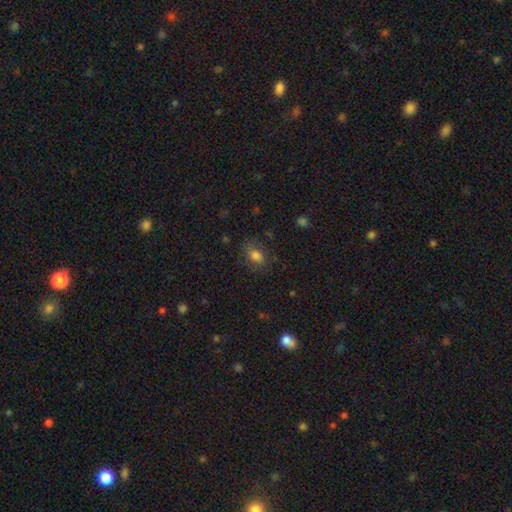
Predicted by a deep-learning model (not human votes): Q: Smooth or featured?
A: smooth (77%); runner-up: star or artifact (11%)
Q: How rounded?
A: in between (74%); runner-up: round (24%)
Q: Merging?
A: none (74%); runner-up: minor disturbance (17%)